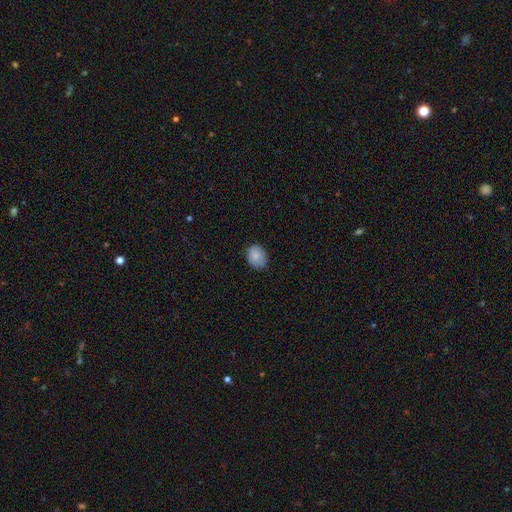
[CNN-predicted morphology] Smooth or featured?
  - smooth: 85% *
  - star or artifact: 8%
  - featured or disk: 7%
How rounded?
  - in between: 56% *
  - round: 43%
  - cigar-shaped: 1%
Merging?
  - none: 79% *
  - minor disturbance: 17%
  - major disturbance: 3%
  - merger: 1%